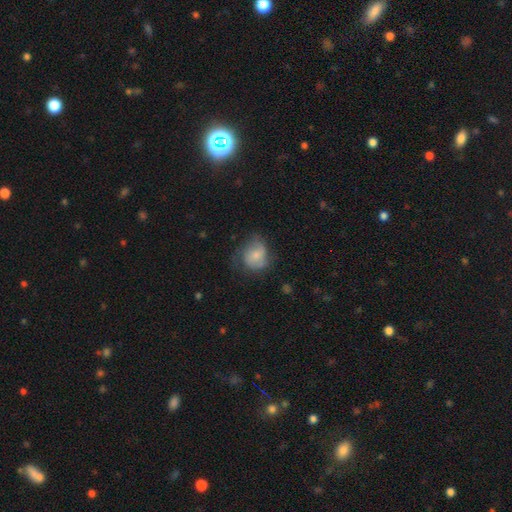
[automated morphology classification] type=smooth (64%); roundness=round (63%); merging=none (46%).